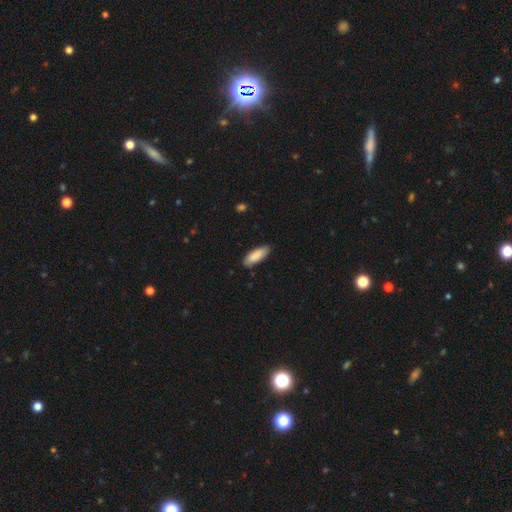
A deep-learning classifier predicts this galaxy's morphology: smooth_or_featured: smooth (p=0.87) [alt: featured or disk p=0.08]
how_rounded: in between (p=0.68) [alt: cigar-shaped p=0.31]
merging: none (p=0.83) [alt: minor disturbance p=0.14]